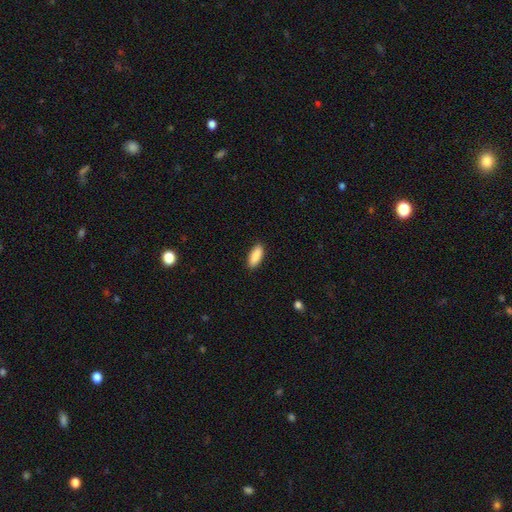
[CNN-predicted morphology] This appears to be a smooth galaxy with no disk features (89%) that is in between round and cigar-shaped (74%). Merging: none (90%).